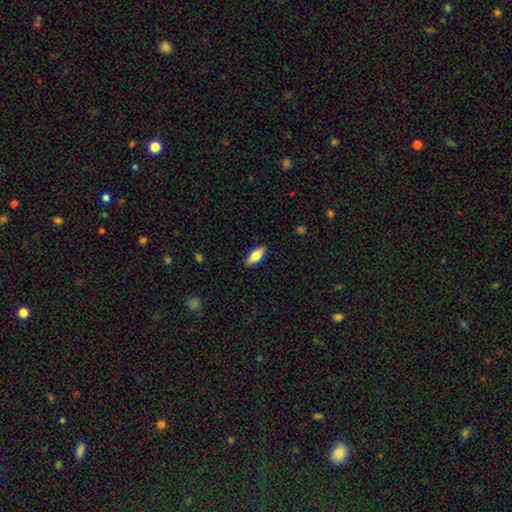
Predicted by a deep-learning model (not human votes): Smooth or featured? Predicted: smooth (p=0.68). How rounded? Predicted: in between (p=0.72). Merging? Predicted: none (p=0.88).